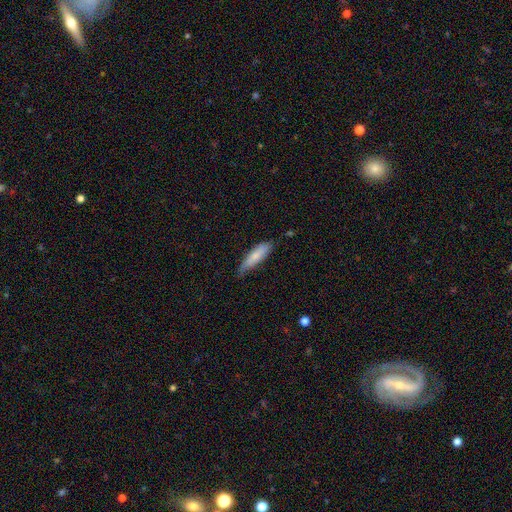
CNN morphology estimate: The model was most divided on "how rounded": cigar-shaped: 64%, in between: 35%, round: 2%. More confident: smooth or featured — smooth (74%); merging — none (63%).